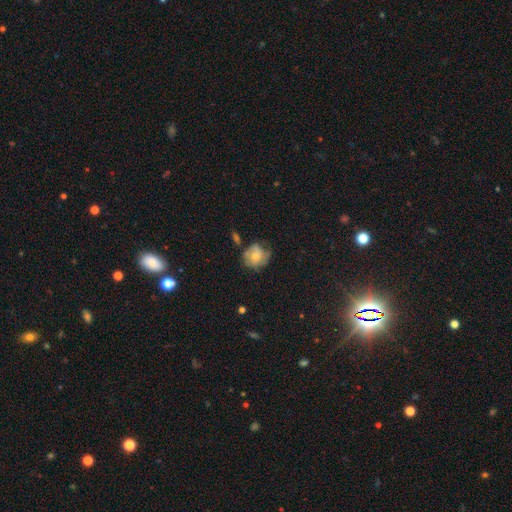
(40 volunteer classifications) This is possibly a featured or disk galaxy (50%). It is clearly not viewed edge-on (100%). Bar: likely no (60%). Spiral arm pattern: likely no (60%). Central bulge: possibly small (50%). Merging: marginally none (44%).